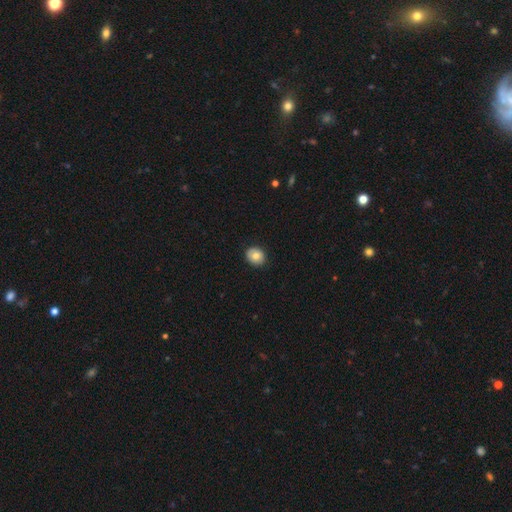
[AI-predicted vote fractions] smooth-or-featured: smooth: 77% | featured or disk: 15% | star or artifact: 8%
  how-rounded: round: 72% | in between: 27% | cigar-shaped: 1%
  merging: none: 88% | minor disturbance: 9% | major disturbance: 2% | merger: 1%